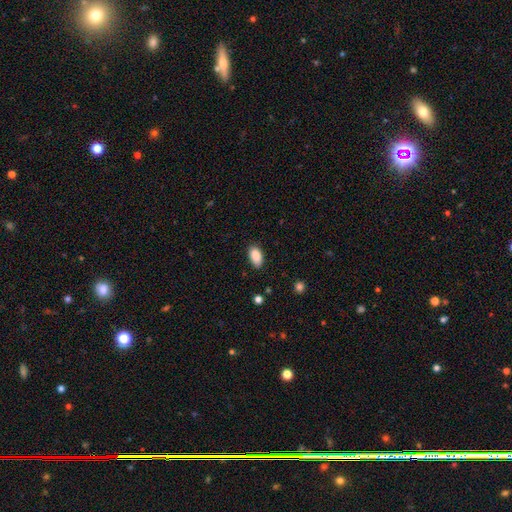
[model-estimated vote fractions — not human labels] Q: Smooth or featured?
A: smooth (89%); runner-up: star or artifact (7%)
Q: How rounded?
A: in between (94%); runner-up: round (4%)
Q: Merging?
A: none (85%); runner-up: minor disturbance (11%)